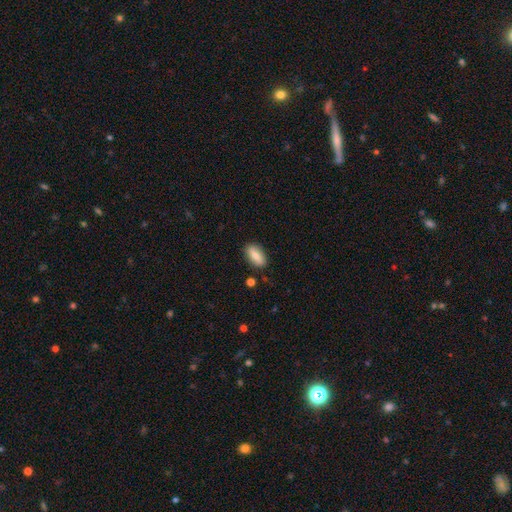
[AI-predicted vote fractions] The model was most divided on "smooth or featured": smooth: 78%, featured or disk: 15%, star or artifact: 7%. More confident: how rounded — in between (86%); merging — none (86%).